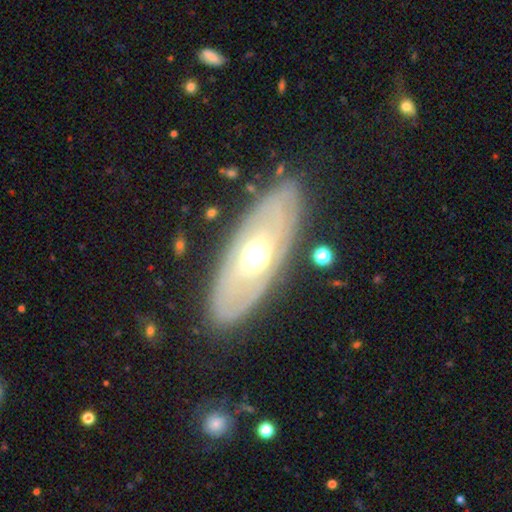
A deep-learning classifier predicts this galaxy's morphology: A featured or disk galaxy (71%) with no bar (82%), no spiral arms (60%) and a moderate central bulge (65%).

Vote fractions:
- Smooth or featured? featured or disk: 71% / smooth: 24% / star or artifact: 6%
- Edge-on disk? no: 76% / yes: 24%
- Bar? no: 82% / weak: 13% / strong: 5%
- Spiral arms? no: 60% / yes: 40%
- Bulge size? moderate: 65% / large: 27% / small: 5% / dominant: 2% / none: 1%
- Merging? none: 83% / minor disturbance: 11% / major disturbance: 4% / merger: 2%